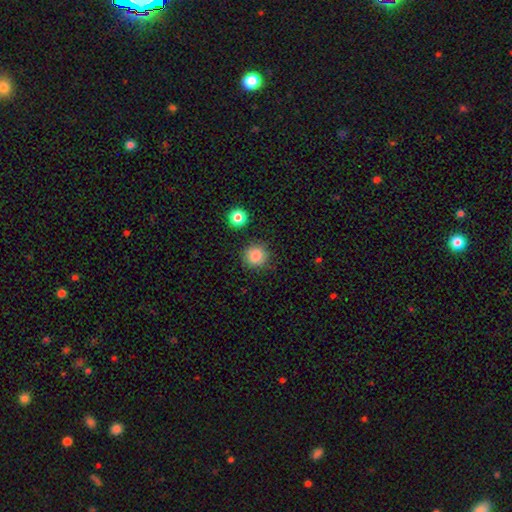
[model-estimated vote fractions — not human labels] A smooth galaxy with no disk features (86%) that is round (93%).

Vote fractions:
- Smooth or featured? smooth: 86% / star or artifact: 10% / featured or disk: 4%
- How rounded? round: 93% / in between: 6% / cigar-shaped: 1%
- Merging? none: 86% / minor disturbance: 8% / major disturbance: 3% / merger: 3%